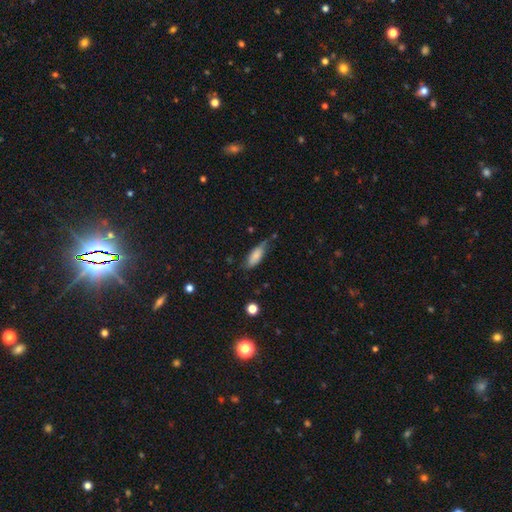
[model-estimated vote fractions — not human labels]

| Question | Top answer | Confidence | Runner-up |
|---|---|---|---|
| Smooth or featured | smooth | 77% | featured or disk (16%) |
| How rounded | in between | 69% | cigar-shaped (29%) |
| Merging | none | 51% | minor disturbance (37%) |